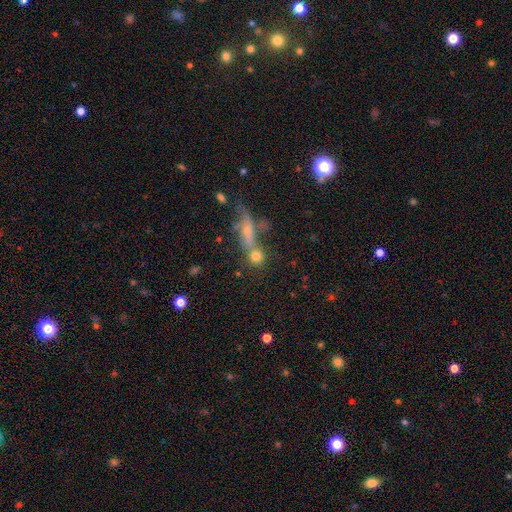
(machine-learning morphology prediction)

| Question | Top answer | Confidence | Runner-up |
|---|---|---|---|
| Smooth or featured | smooth | 67% | featured or disk (18%) |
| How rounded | round | 66% | in between (19%) |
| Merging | none | 55% | merger (26%) |